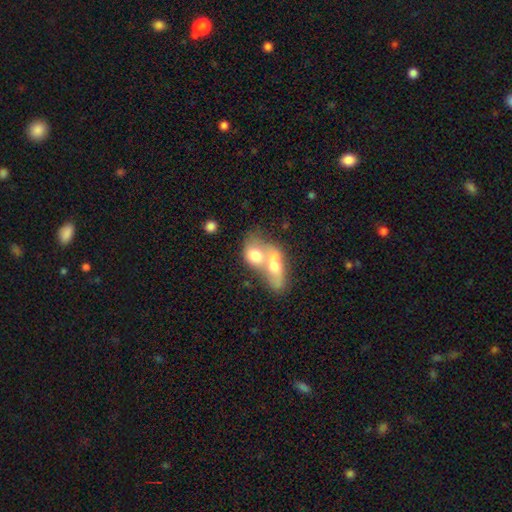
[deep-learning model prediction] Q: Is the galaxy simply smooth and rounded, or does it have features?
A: smooth — 63%.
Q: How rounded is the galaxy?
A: in between — 66%.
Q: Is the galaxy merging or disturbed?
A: merger — 77%.